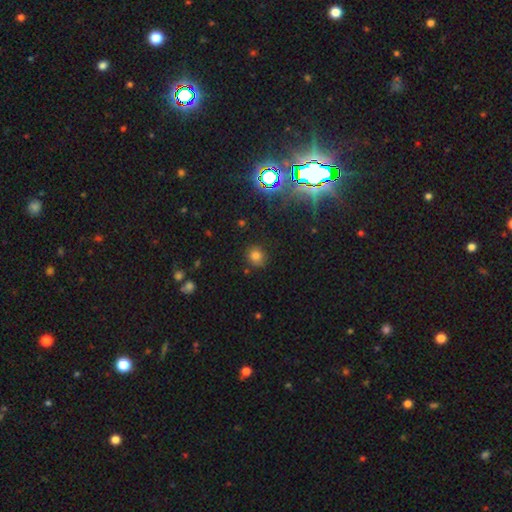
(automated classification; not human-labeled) Smooth or featured?
  - smooth: 74% *
  - star or artifact: 19%
  - featured or disk: 6%
How rounded?
  - round: 81% *
  - in between: 18%
  - cigar-shaped: 1%
Merging?
  - none: 82% *
  - minor disturbance: 12%
  - major disturbance: 3%
  - merger: 3%